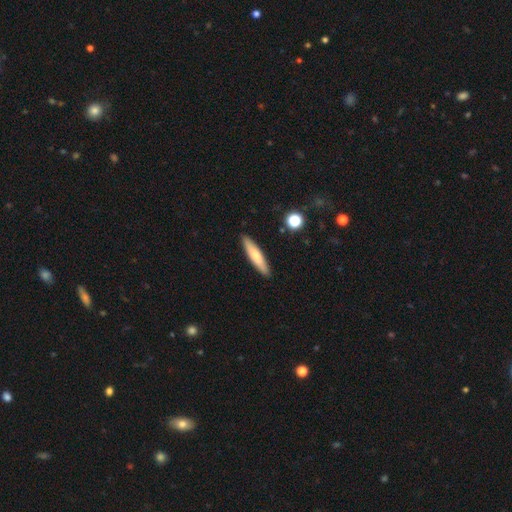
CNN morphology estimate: smooth-or-featured: smooth: 69% | featured or disk: 25% | star or artifact: 6%
  how-rounded: cigar-shaped: 84% | in between: 14% | round: 1%
  merging: none: 90% | minor disturbance: 7% | major disturbance: 1% | merger: 1%